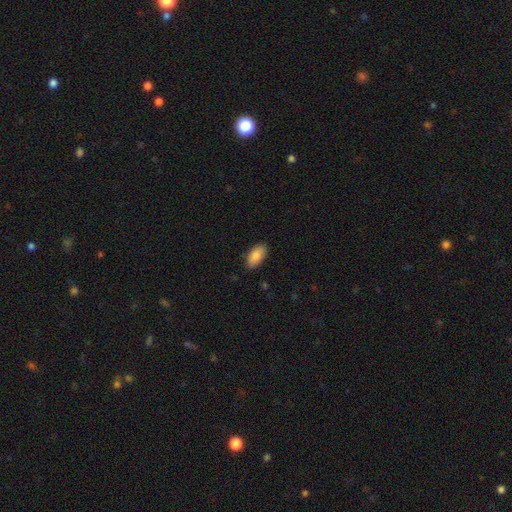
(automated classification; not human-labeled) smooth-or-featured: smooth: 86% | featured or disk: 7% | star or artifact: 6%
  how-rounded: in between: 94% | cigar-shaped: 4% | round: 2%
  merging: none: 86% | minor disturbance: 11% | major disturbance: 2% | merger: 1%